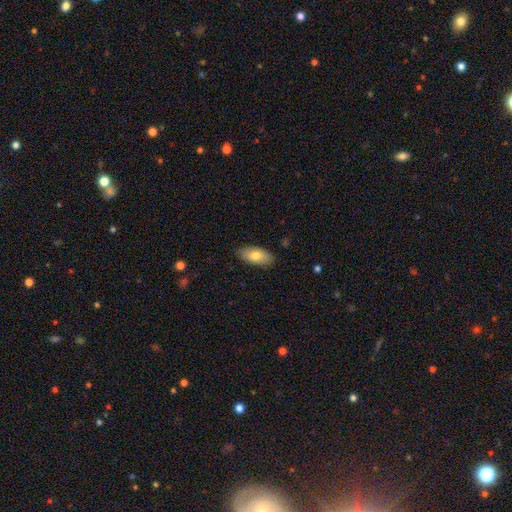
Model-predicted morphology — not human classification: This appears to be a smooth galaxy with no disk features (77%) that is in between round and cigar-shaped (91%). Merging: none (86%).